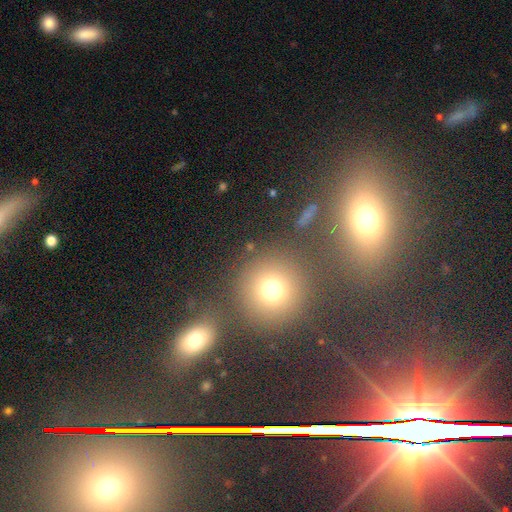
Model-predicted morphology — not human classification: smooth_or_featured: smooth (p=0.51) [alt: star or artifact p=0.36]
how_rounded: round (p=0.74) [alt: in between p=0.23]
merging: none (p=0.74) [alt: merger p=0.13]